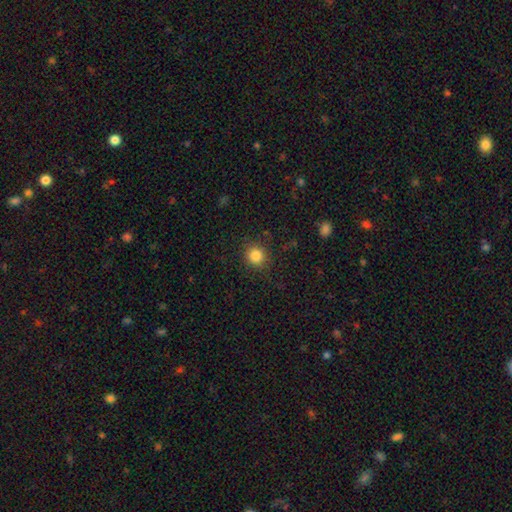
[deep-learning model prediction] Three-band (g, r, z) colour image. It shows a smooth galaxy with no disk features (84%) that is round (89%). Merging: none (88%).